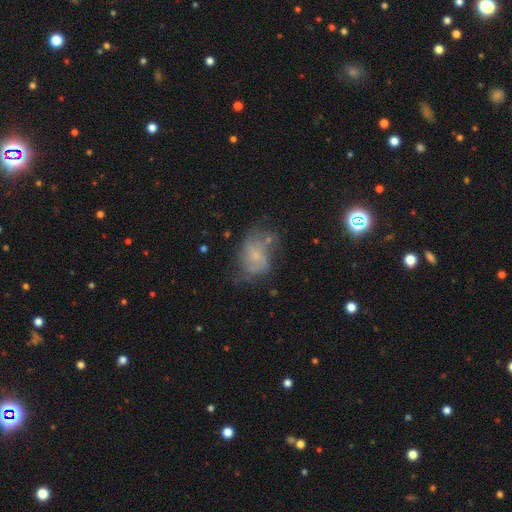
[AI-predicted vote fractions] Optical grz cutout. It shows a featured or disk galaxy (50%). Merging: none (44%).